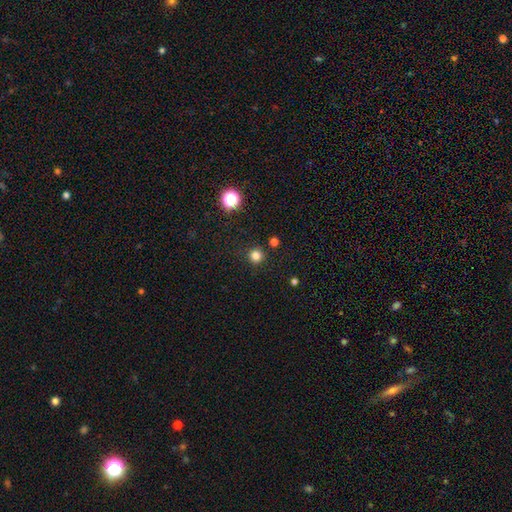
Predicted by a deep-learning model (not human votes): Smooth or featured? smooth (80%)
How rounded? round (96%)
Merging? none (90%)